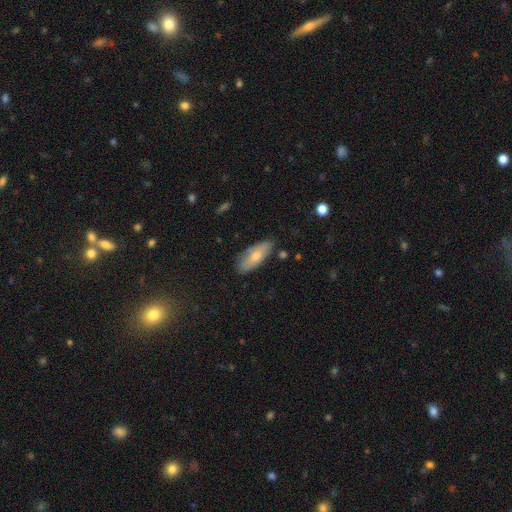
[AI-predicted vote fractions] Overall: smooth (70%). How rounded: in between (71%). Merging: none (79%).